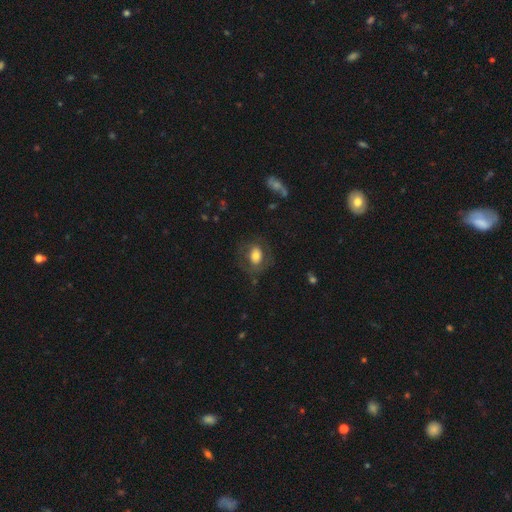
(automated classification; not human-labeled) smooth 64%, featured or disk 27%, star or artifact 9%. Down the decision tree: how rounded — in between (66%); merging — none (65%).